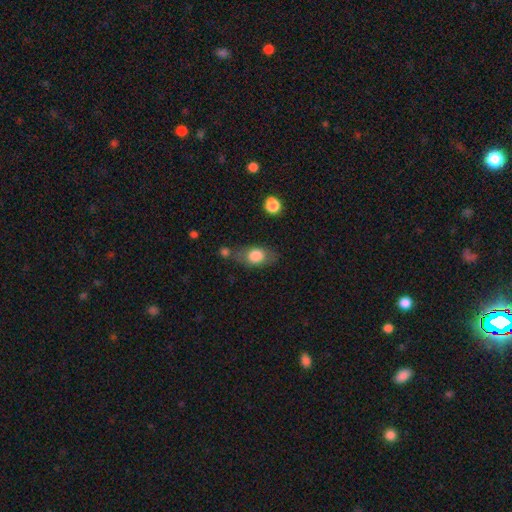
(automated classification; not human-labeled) Q: Smooth or featured?
A: smooth (75%); runner-up: featured or disk (17%)
Q: How rounded?
A: in between (76%); runner-up: round (20%)
Q: Merging?
A: none (62%); runner-up: minor disturbance (21%)